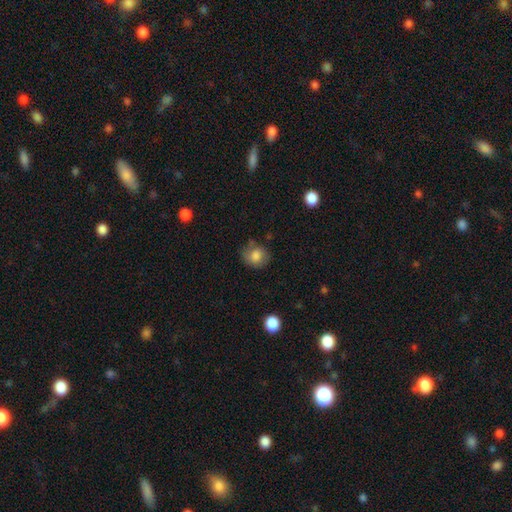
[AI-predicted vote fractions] This appears to be a smooth galaxy with no disk features (80%) that is round (69%). Merging: none (67%).